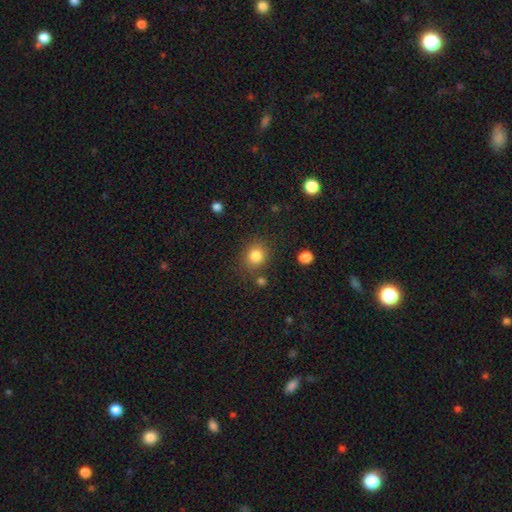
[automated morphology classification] Smooth or featured? smooth (84%)
How rounded? round (72%)
Merging? none (80%)